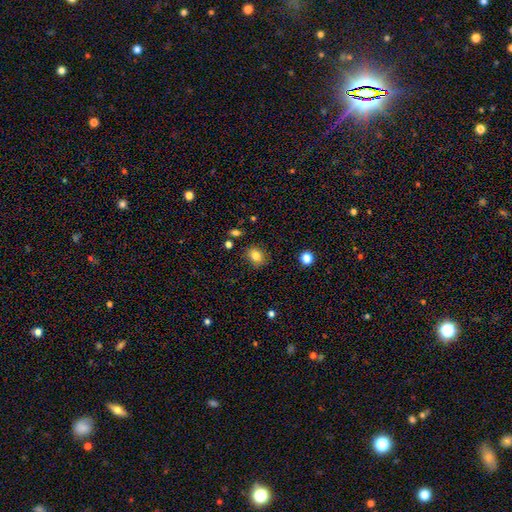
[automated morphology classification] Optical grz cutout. It shows a smooth galaxy with no disk features (82%) that is round (54%). Merging: none (83%).